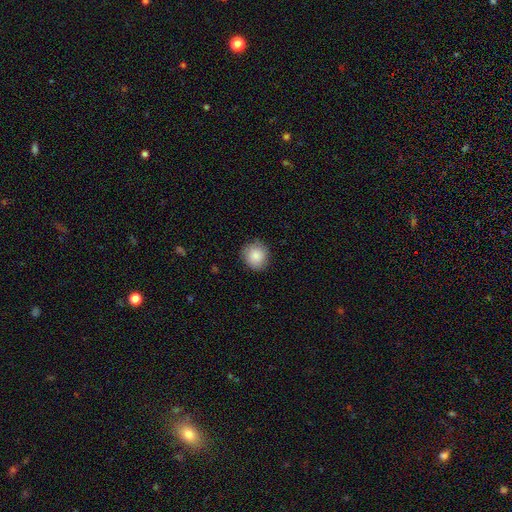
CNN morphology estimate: smooth_or_featured: smooth (p=0.86) [alt: star or artifact p=0.07]
how_rounded: round (p=0.88) [alt: in between p=0.11]
merging: none (p=0.85) [alt: minor disturbance p=0.12]